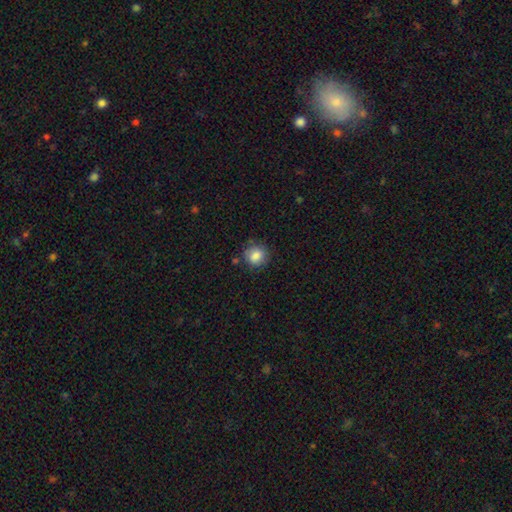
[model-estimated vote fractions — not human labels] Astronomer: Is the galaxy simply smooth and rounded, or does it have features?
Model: smooth — 83%.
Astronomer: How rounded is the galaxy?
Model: round — 83%.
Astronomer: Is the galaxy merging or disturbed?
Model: none — 80%.